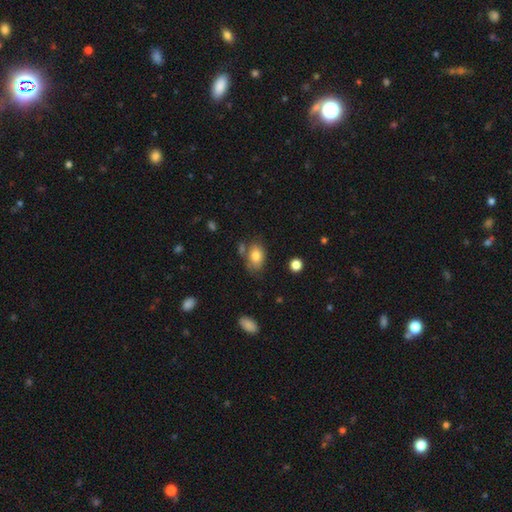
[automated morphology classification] Smooth or featured: smooth — 80% (featured or disk — 12%)
How rounded: in between — 82% (round — 16%)
Merging: none — 59% (minor disturbance — 23%)